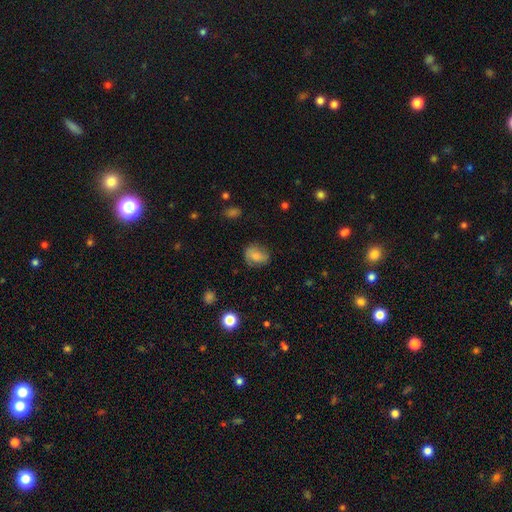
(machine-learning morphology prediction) Q: Smooth or featured?
A: smooth (67%); runner-up: featured or disk (24%)
Q: How rounded?
A: in between (62%); runner-up: round (37%)
Q: Merging?
A: none (67%); runner-up: minor disturbance (24%)